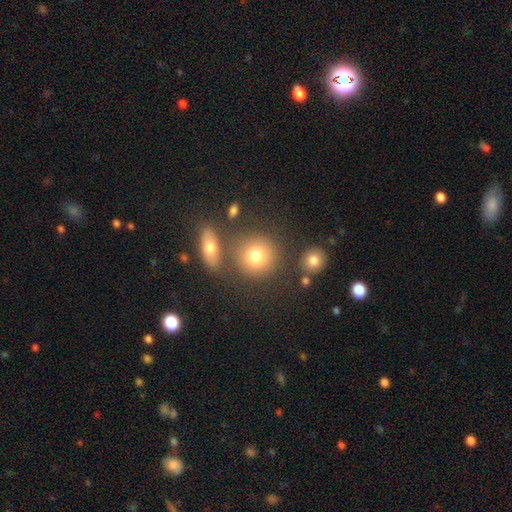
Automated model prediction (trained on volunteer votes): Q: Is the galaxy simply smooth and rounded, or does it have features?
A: smooth — 77%.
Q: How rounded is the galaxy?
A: round — 86%.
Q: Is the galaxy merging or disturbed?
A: none — 71%.